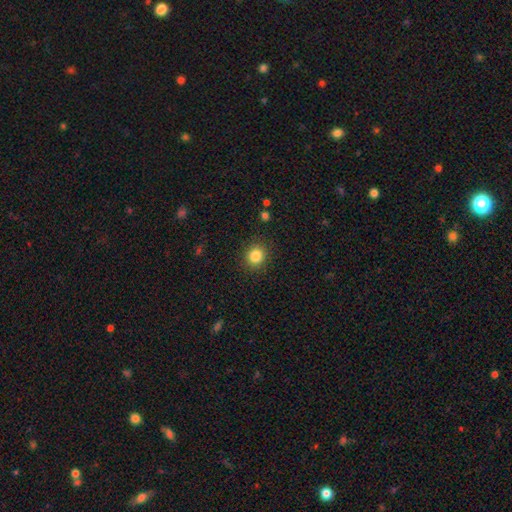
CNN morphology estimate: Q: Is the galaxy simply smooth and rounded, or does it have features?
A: smooth — 85%.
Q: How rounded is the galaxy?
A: round — 81%.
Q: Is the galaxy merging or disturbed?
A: none — 89%.